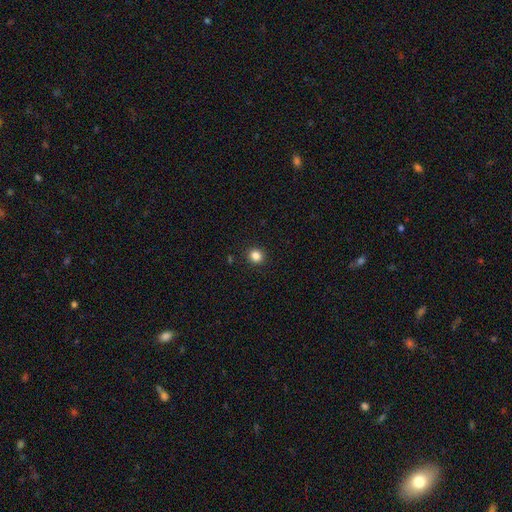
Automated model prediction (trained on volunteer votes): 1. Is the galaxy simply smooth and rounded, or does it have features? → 84% smooth, 12% star or artifact, 4% featured or disk.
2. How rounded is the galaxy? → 88% round, 11% in between, 1% cigar-shaped.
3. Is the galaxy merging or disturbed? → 92% none, 5% minor disturbance, 2% major disturbance, 1% merger.